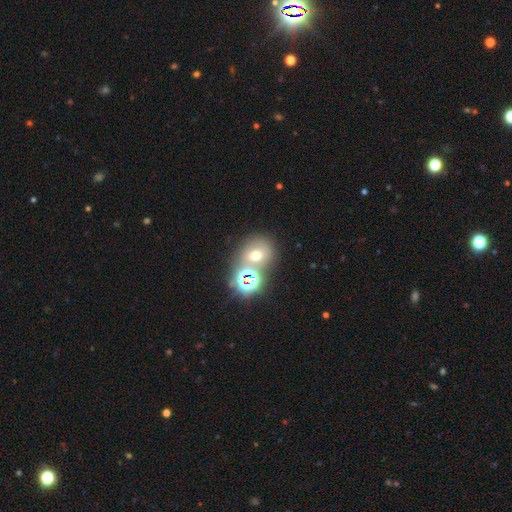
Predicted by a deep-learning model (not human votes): smooth-or-featured: smooth: 49% | star or artifact: 32% | featured or disk: 19%
  merging: none: 53% | merger: 31% | minor disturbance: 11% | major disturbance: 6%